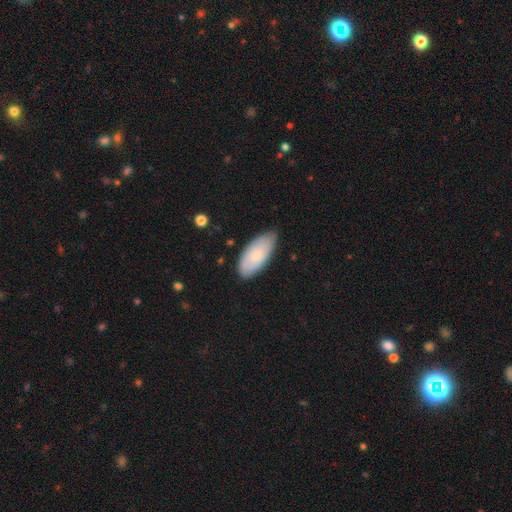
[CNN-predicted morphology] This is likely a smooth galaxy (78%). How rounded: clearly in between (90%). Merging: likely none (78%).